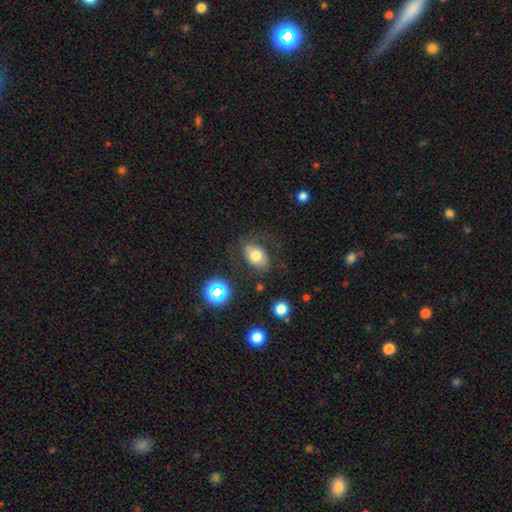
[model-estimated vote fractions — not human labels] Q: Smooth or featured?
A: smooth (67%); runner-up: featured or disk (22%)
Q: How rounded?
A: in between (83%); runner-up: round (16%)
Q: Merging?
A: none (67%); runner-up: minor disturbance (20%)